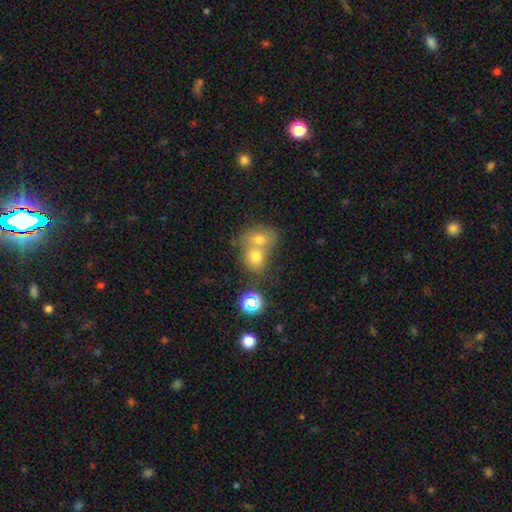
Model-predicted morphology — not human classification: The model was most divided on "how rounded": round: 58%, in between: 41%, cigar-shaped: 1%. More confident: smooth or featured — smooth (68%); merging — merger (64%).